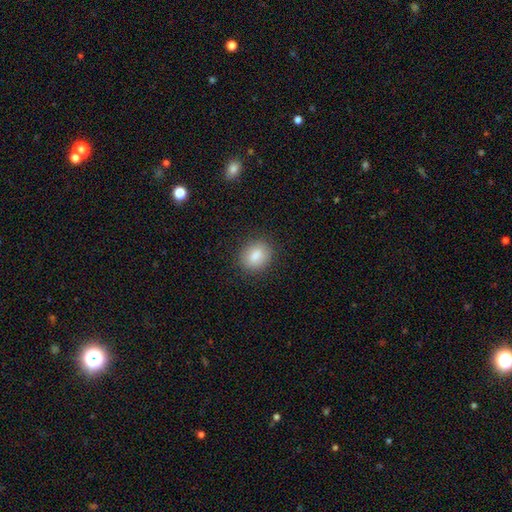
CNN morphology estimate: type=smooth (85%); roundness=round (57%); merging=none (86%).